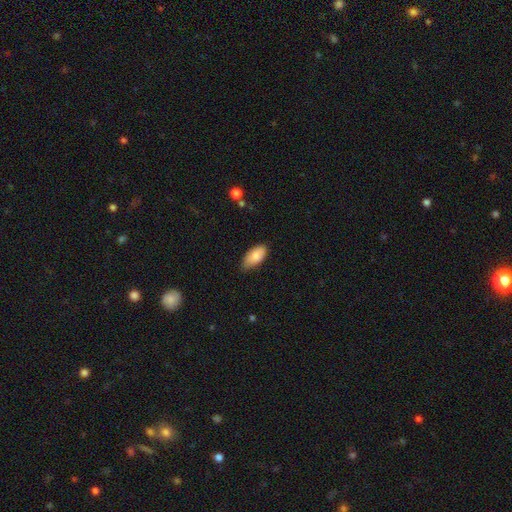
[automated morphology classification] Overall: smooth (83%). How rounded: in between (93%). Merging: none (63%; minor disturbance 31%).